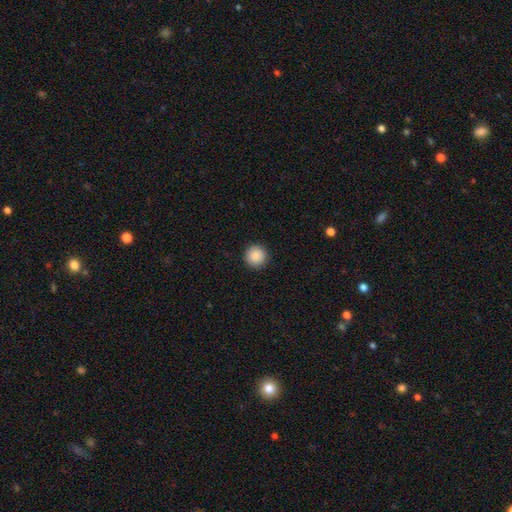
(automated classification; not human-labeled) Q: Smooth or featured?
A: smooth (89%); runner-up: star or artifact (8%)
Q: How rounded?
A: round (96%); runner-up: in between (3%)
Q: Merging?
A: none (93%); runner-up: minor disturbance (4%)